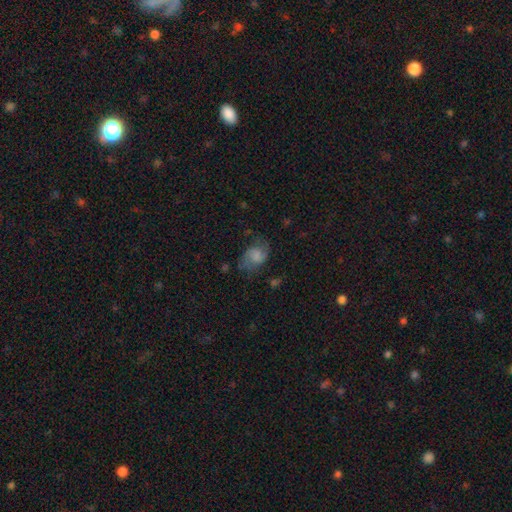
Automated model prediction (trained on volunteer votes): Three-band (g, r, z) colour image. It shows a featured or disk galaxy (48%). Merging: none (57%).